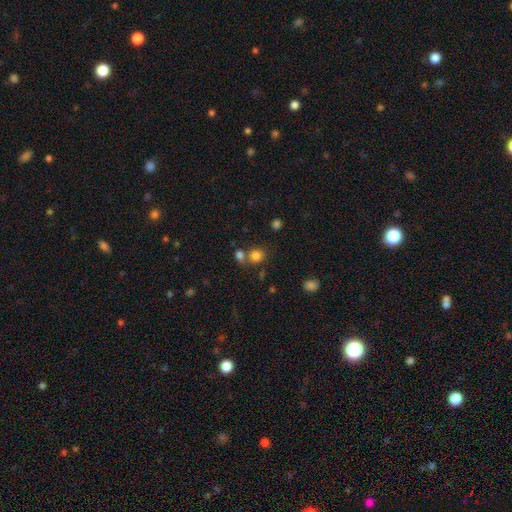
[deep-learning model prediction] smooth 81%, star or artifact 13%, featured or disk 6%. Down the decision tree: how rounded — round (78%); merging — none (61%).